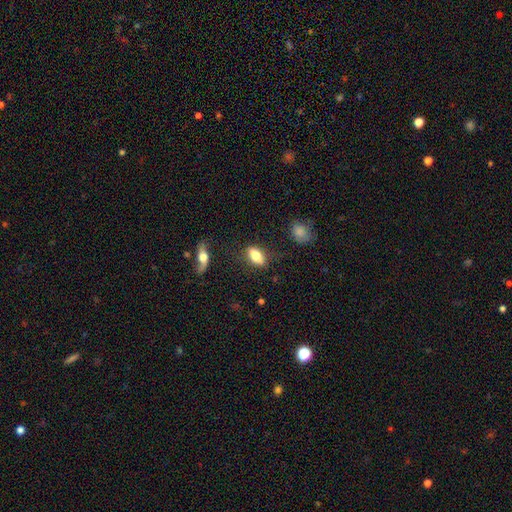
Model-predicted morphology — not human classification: A smooth galaxy with no disk features (73%) that is in between round and cigar-shaped (81%).

Vote fractions:
- Smooth or featured? smooth: 73% / featured or disk: 20% / star or artifact: 7%
- How rounded? in between: 81% / cigar-shaped: 14% / round: 4%
- Merging? none: 76% / minor disturbance: 15% / major disturbance: 5% / merger: 4%